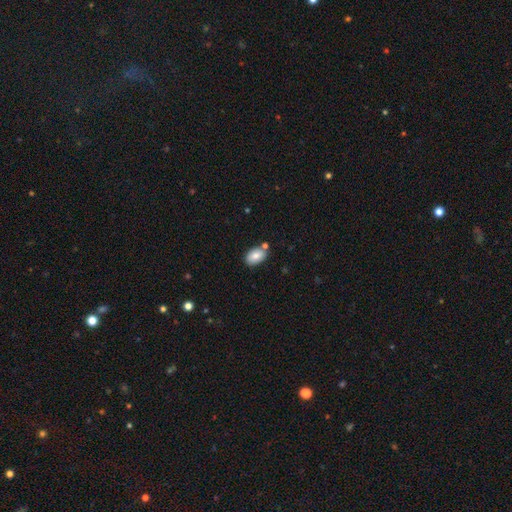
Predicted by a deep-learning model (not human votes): Morphology: type=smooth (80%); roundness=in between (91%); merging=none (74%).